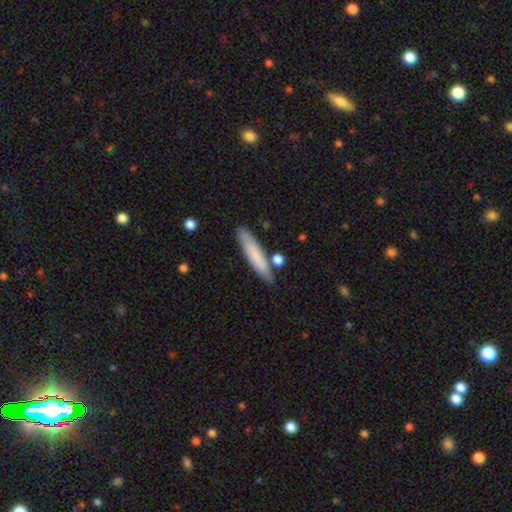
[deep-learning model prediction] Smooth or featured? smooth (77%)
How rounded? cigar-shaped (86%)
Merging? none (79%)